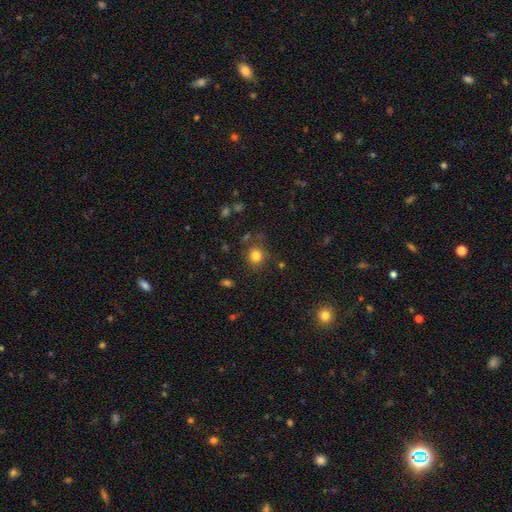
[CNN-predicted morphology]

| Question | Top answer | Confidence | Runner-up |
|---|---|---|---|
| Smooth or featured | smooth | 81% | star or artifact (13%) |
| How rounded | round | 82% | in between (17%) |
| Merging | none | 78% | minor disturbance (13%) |